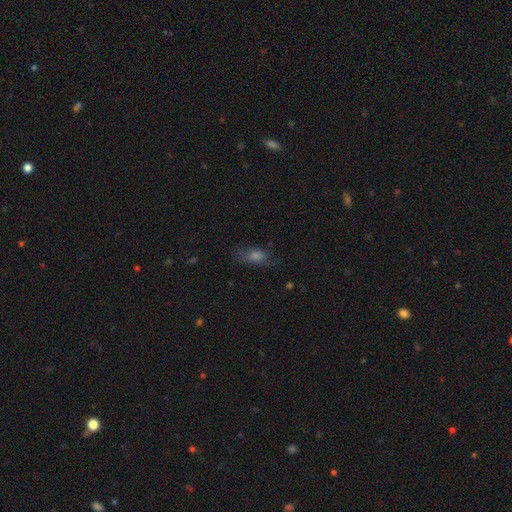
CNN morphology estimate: Smooth or featured?
  - smooth: 58% *
  - star or artifact: 21%
  - featured or disk: 21%
How rounded?
  - in between: 73% *
  - cigar-shaped: 18%
  - round: 10%
Merging?
  - none: 67% *
  - minor disturbance: 21%
  - major disturbance: 11%
  - merger: 2%